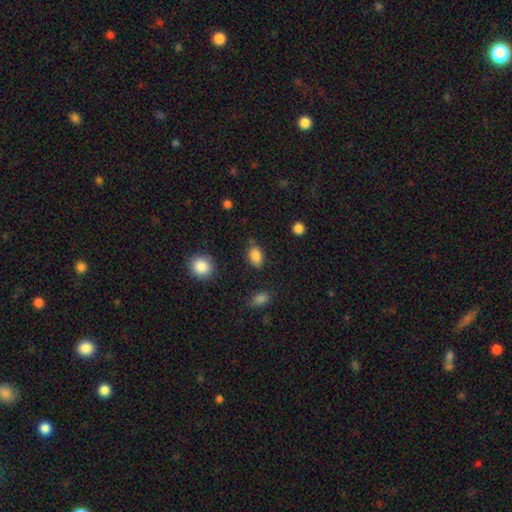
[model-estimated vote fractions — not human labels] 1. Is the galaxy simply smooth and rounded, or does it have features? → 85% smooth, 9% star or artifact, 5% featured or disk.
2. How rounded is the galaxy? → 82% in between, 16% round, 2% cigar-shaped.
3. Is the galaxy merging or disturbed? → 77% none, 16% minor disturbance, 4% major disturbance, 4% merger.